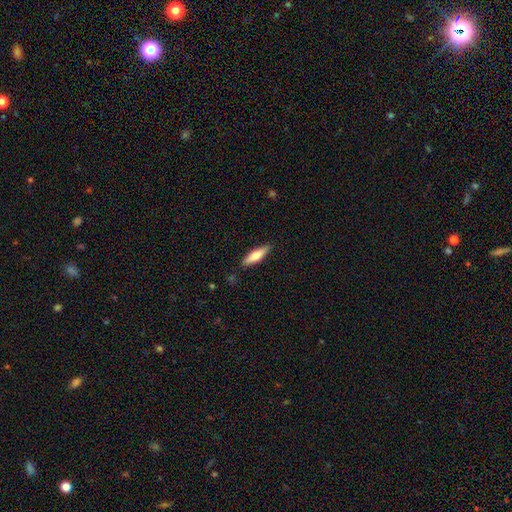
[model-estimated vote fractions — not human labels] smooth-or-featured: smooth: 72% | featured or disk: 23% | star or artifact: 6%
  how-rounded: cigar-shaped: 63% | in between: 36% | round: 2%
  merging: none: 86% | minor disturbance: 10% | major disturbance: 2% | merger: 1%